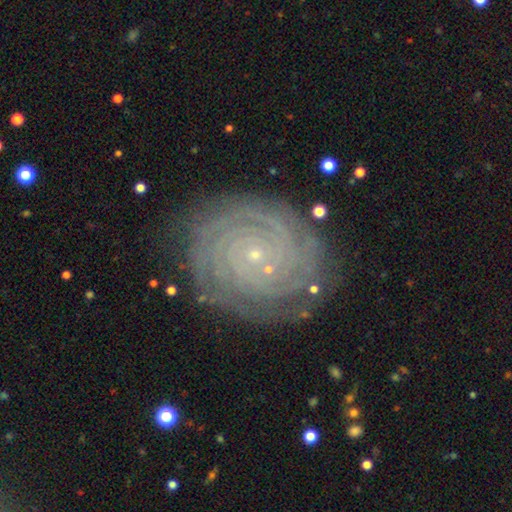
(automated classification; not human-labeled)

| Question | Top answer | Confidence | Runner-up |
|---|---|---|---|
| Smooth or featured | featured or disk | 84% | star or artifact (8%) |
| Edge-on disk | no | 97% | yes (3%) |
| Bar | no | 80% | weak (15%) |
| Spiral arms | yes | 97% | no (3%) |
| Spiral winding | tight | 87% | medium (11%) |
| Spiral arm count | can't tell | 24% | 4 (19%) |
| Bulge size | small | 90% | moderate (6%) |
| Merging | none | 83% | minor disturbance (12%) |